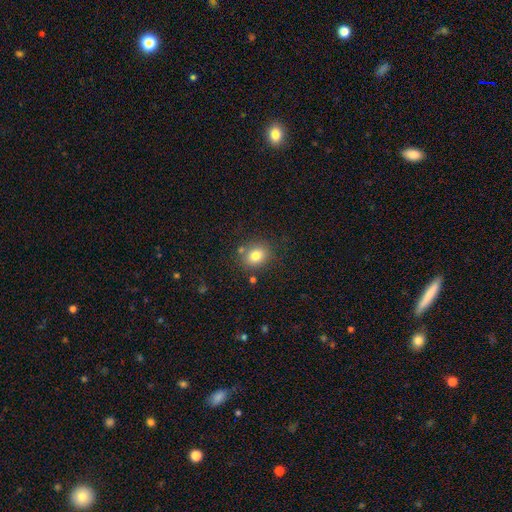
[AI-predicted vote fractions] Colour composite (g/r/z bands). It shows a smooth galaxy with no disk features (80%) that is round (60%). Merging: none (78%).